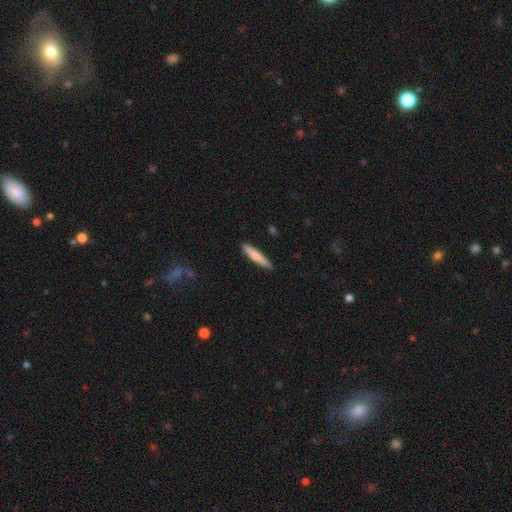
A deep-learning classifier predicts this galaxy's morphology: The model was most divided on "smooth or featured": smooth: 74%, featured or disk: 20%, star or artifact: 5%. More confident: how rounded — cigar-shaped (91%); merging — none (88%).